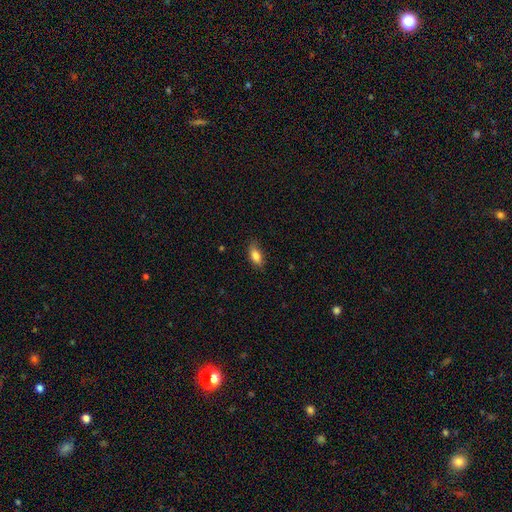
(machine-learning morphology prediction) type=smooth (85%); roundness=in between (87%); merging=none (76%).